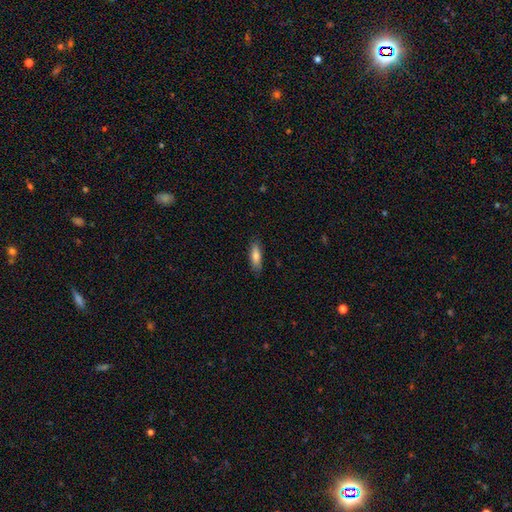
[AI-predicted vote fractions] Overall: smooth (81%). How rounded: in between (54%; cigar-shaped 44%). Merging: none (84%).